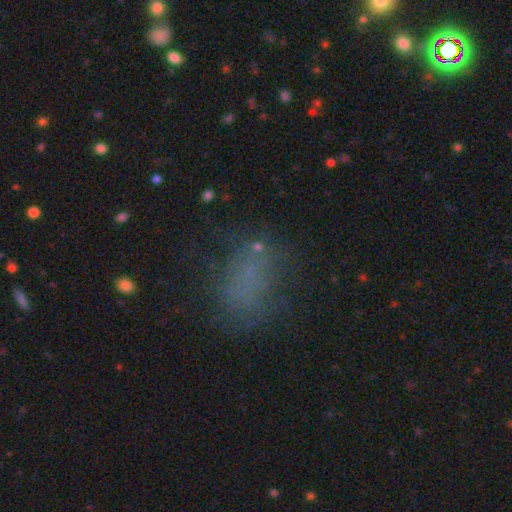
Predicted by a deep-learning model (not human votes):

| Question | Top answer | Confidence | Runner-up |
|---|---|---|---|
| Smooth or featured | smooth | 52% | star or artifact (24%) |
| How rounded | in between | 73% | round (24%) |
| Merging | none | 54% | major disturbance (22%) |